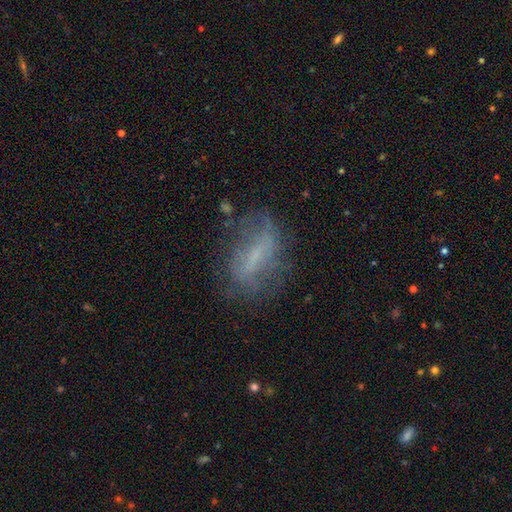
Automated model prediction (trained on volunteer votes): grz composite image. It shows a featured or disk galaxy (49%). Merging: none (57%).